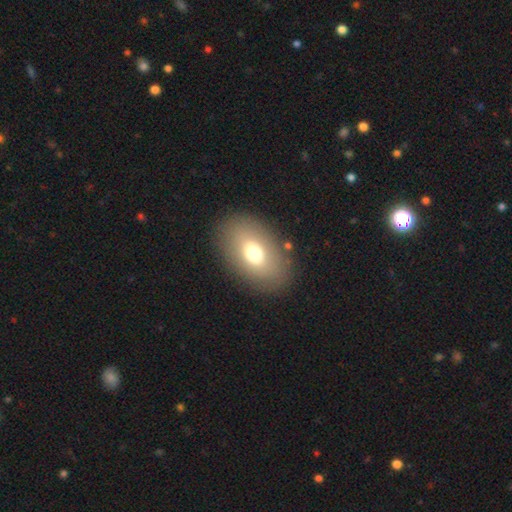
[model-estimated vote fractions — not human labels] The model was most divided on "smooth or featured": smooth: 69%, featured or disk: 22%, star or artifact: 9%. More confident: how rounded — in between (88%); merging — none (86%).